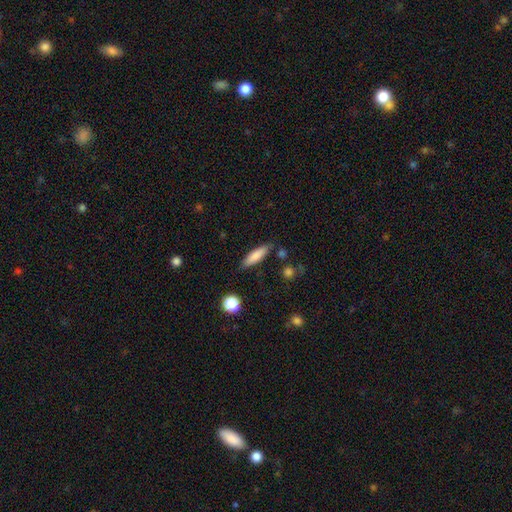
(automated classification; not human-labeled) Q: Smooth or featured?
A: smooth (79%); runner-up: featured or disk (14%)
Q: How rounded?
A: cigar-shaped (72%); runner-up: in between (26%)
Q: Merging?
A: none (83%); runner-up: minor disturbance (12%)